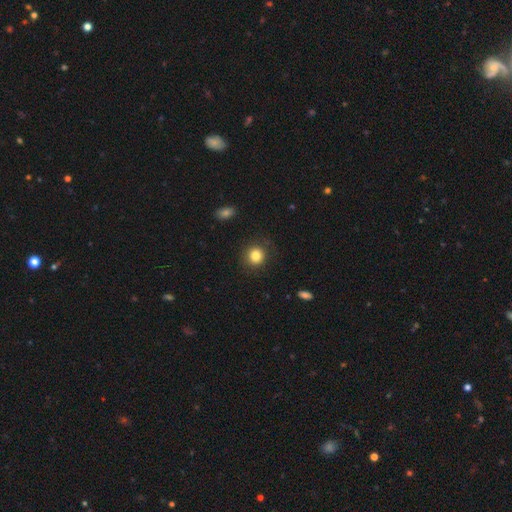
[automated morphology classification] A smooth galaxy with no disk features (83%) that is round (89%).

Vote fractions:
- Smooth or featured? smooth: 83% / star or artifact: 11% / featured or disk: 6%
- How rounded? round: 89% / in between: 10% / cigar-shaped: 1%
- Merging? none: 87% / minor disturbance: 8% / major disturbance: 3% / merger: 1%